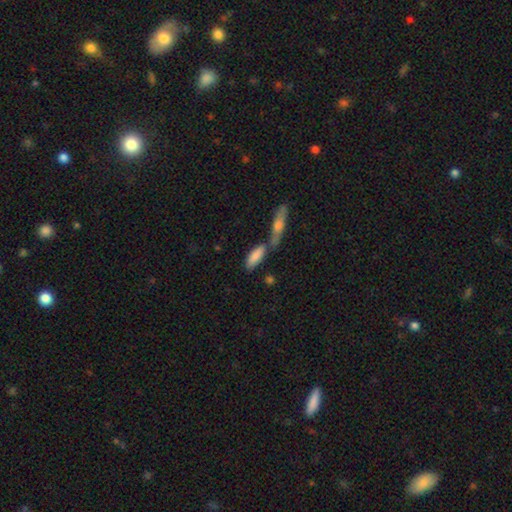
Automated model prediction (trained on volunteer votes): Smooth or featured? smooth (80%)
How rounded? in between (59%)
Merging? none (46%)